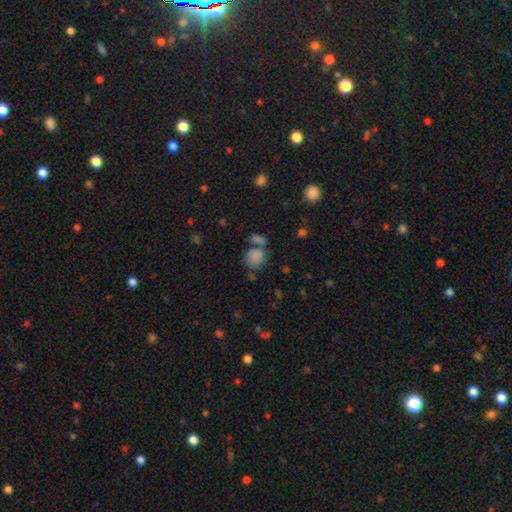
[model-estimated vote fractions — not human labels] The model was most divided on "merging": none: 51%, merger: 28%, minor disturbance: 14%, major disturbance: 7%. More confident: smooth or featured — smooth (81%); how rounded — round (67%).